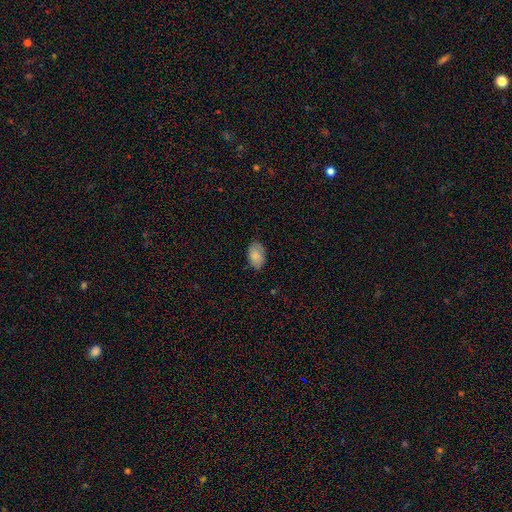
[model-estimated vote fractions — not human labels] Smooth or featured?
  - smooth: 83% *
  - featured or disk: 9%
  - star or artifact: 7%
How rounded?
  - in between: 91% *
  - round: 8%
  - cigar-shaped: 1%
Merging?
  - none: 75% *
  - minor disturbance: 20%
  - major disturbance: 4%
  - merger: 1%